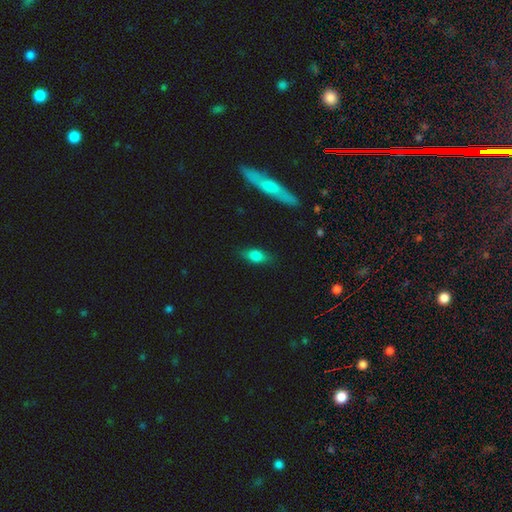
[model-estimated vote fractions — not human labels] smooth 77%, featured or disk 15%, star or artifact 9%. Down the decision tree: how rounded — in between (81%); merging — none (82%).